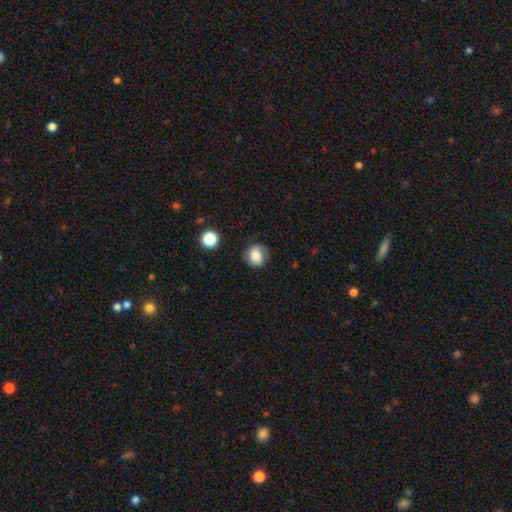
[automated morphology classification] smooth-or-featured: smooth: 66% | featured or disk: 23% | star or artifact: 11%
  how-rounded: round: 75% | in between: 24% | cigar-shaped: 1%
  merging: none: 68% | minor disturbance: 22% | major disturbance: 8% | merger: 2%